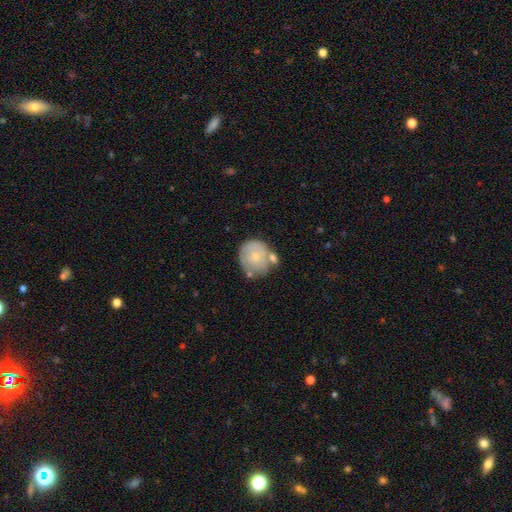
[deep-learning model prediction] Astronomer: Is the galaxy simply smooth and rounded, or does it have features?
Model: smooth — 63%.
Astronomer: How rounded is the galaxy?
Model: round — 88%.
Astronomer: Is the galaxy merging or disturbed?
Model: none — 55%.